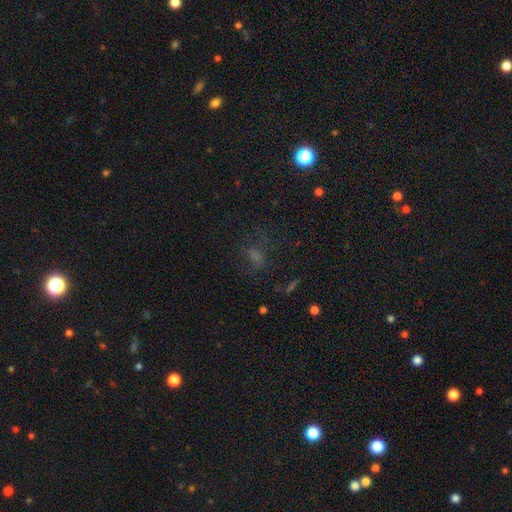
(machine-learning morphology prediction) star or artifact 47%, smooth 34%, featured or disk 20%.